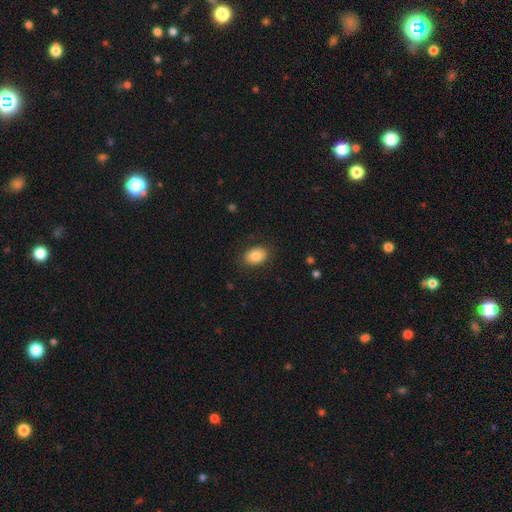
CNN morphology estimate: Smooth or featured: smooth — 85% (star or artifact — 8%)
How rounded: in between — 74% (round — 25%)
Merging: none — 86% (minor disturbance — 10%)